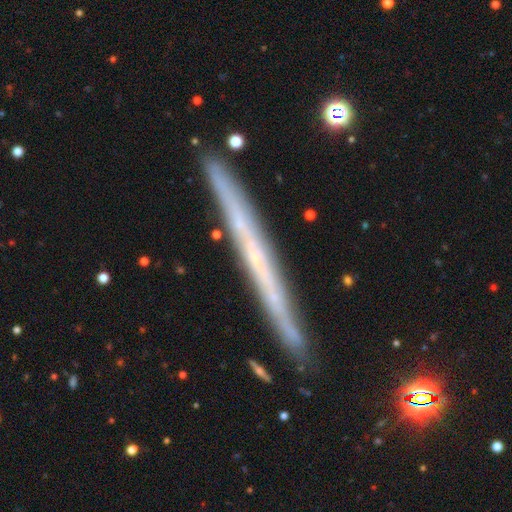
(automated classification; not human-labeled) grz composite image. It shows a featured or disk galaxy (70%) viewed edge-on (95%) with no central bulge (82%). Merging: none (89%).